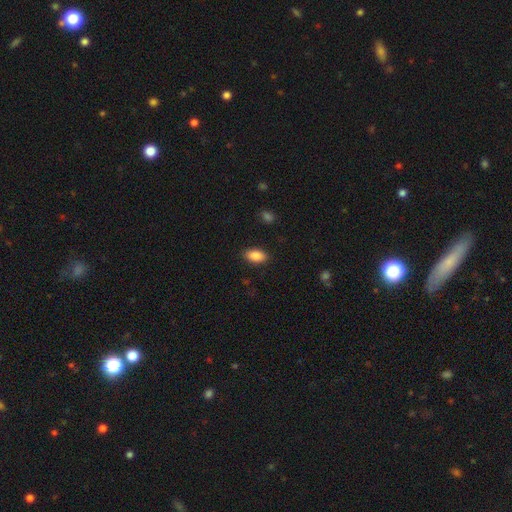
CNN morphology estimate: The model was most divided on "merging": none: 88%, minor disturbance: 9%, major disturbance: 2%, merger: 1%. More confident: how rounded — in between (93%); smooth or featured — smooth (88%).